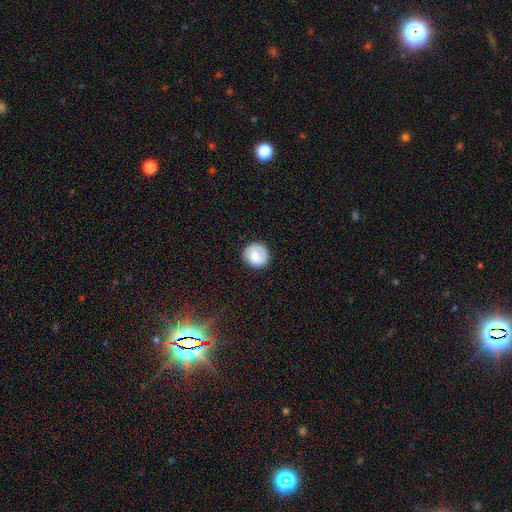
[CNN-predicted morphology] smooth_or_featured: smooth (p=0.78) [alt: featured or disk p=0.15]
how_rounded: round (p=0.92) [alt: in between p=0.07]
merging: none (p=0.85) [alt: minor disturbance p=0.11]